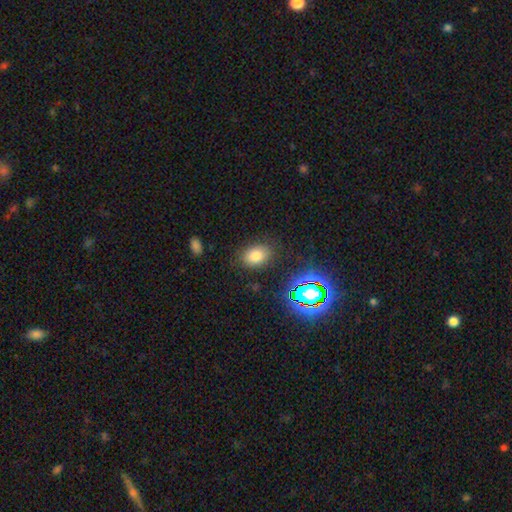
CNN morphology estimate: Overall: smooth (76%). How rounded: in between (75%). Merging: none (83%).